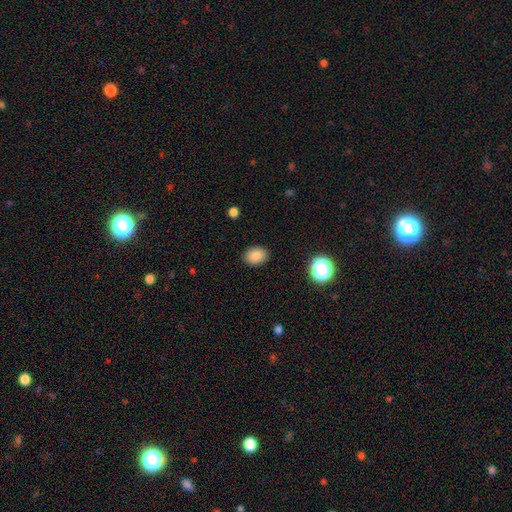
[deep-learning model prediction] This is clearly a smooth galaxy (86%). How rounded: likely in between (66%). Merging: clearly none (88%).